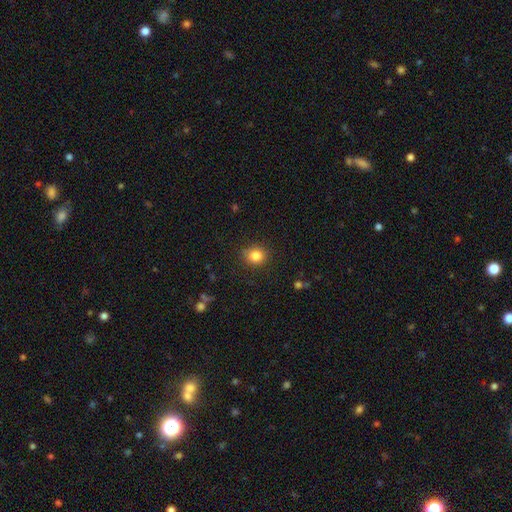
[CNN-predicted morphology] This appears to be a smooth galaxy with no disk features (84%) that is round (80%). Merging: none (84%).